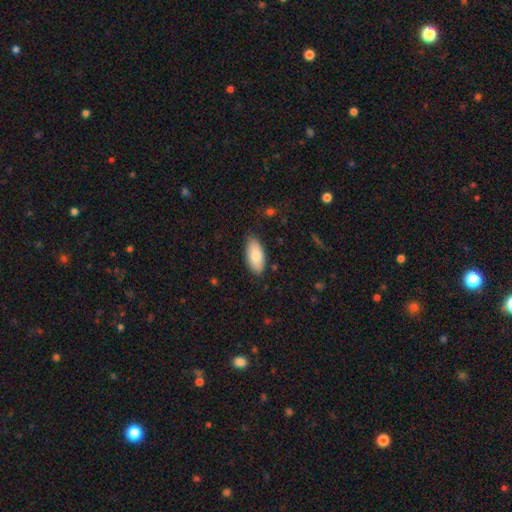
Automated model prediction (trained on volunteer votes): Morphology: type=smooth (83%); roundness=in between (92%); merging=none (80%).